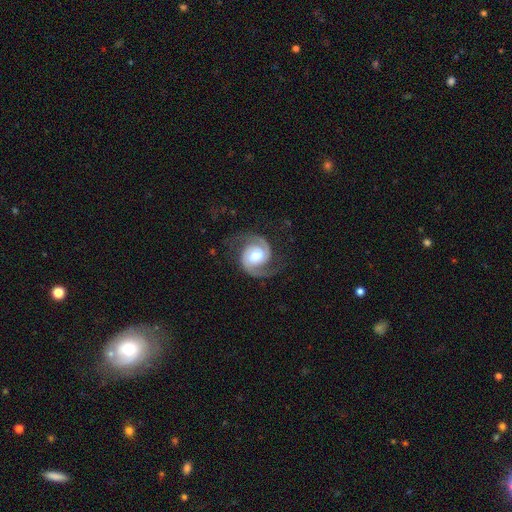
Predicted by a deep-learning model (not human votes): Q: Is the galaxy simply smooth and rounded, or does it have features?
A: featured or disk — 91%.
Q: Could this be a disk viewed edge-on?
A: no — 98%.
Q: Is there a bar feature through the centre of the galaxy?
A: no — 56%.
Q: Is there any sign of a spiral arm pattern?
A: yes — 98%.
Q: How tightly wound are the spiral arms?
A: medium — 54%.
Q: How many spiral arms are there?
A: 2 — 94%.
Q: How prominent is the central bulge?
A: moderate — 66%.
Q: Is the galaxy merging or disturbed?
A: none — 77%.